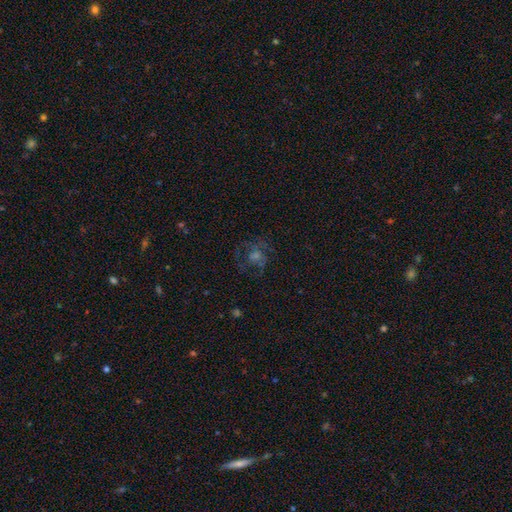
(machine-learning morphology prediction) smooth-or-featured: featured or disk: 53% | smooth: 24% | star or artifact: 24%
  disk-edge-on: no: 97% | yes: 3%
    bar: no: 74% | weak: 22% | strong: 4%
    has-spiral-arms: yes: 71% | no: 29%
    bulge-size: moderate: 45% | small: 31% | none: 11% | large: 10% | dominant: 2%
  merging: none: 67% | major disturbance: 16% | minor disturbance: 15% | merger: 2%